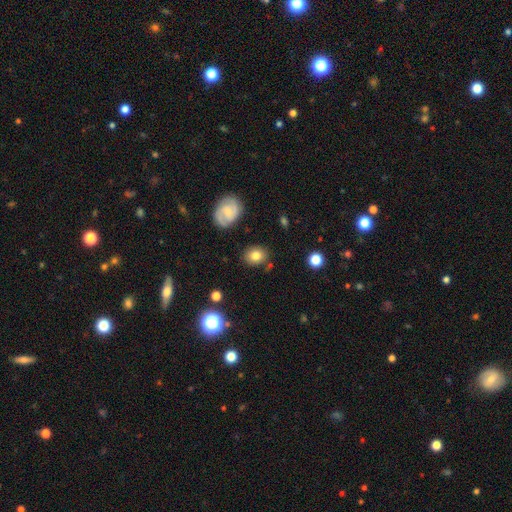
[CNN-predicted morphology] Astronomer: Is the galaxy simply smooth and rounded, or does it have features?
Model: smooth — 74%.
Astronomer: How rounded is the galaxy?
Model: round — 56% (runner-up: in between, 43%).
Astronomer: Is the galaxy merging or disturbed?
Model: none — 82%.